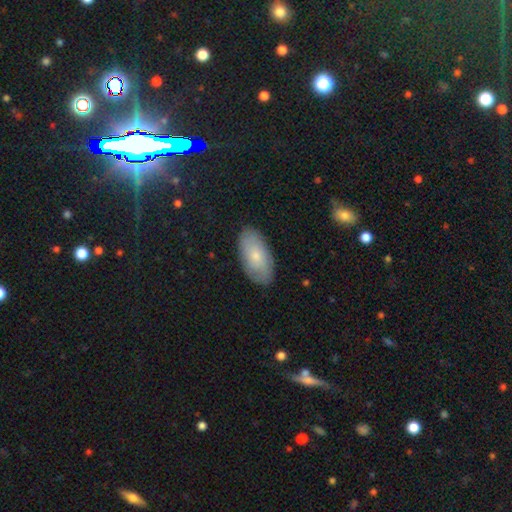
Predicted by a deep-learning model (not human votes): Morphology: type=smooth (68%); roundness=in between (94%); merging=none (84%).